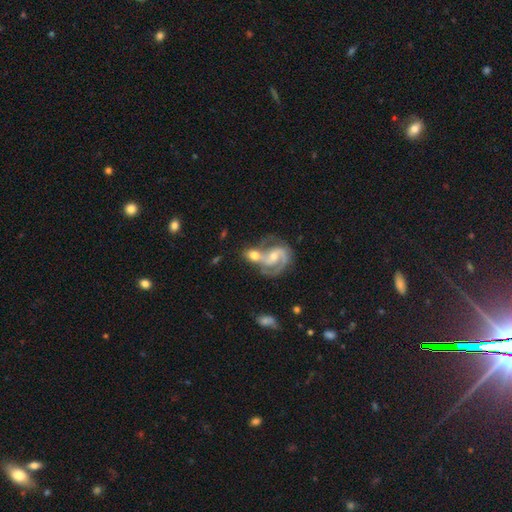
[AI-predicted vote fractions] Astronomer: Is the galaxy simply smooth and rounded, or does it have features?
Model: featured or disk — 83%.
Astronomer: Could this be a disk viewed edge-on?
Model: no — 97%.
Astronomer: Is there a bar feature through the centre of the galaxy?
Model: weak — 41%, tied with no at 41%.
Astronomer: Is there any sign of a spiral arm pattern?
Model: yes — 95%.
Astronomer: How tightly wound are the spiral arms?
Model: medium — 52% (runner-up: tight, 34%).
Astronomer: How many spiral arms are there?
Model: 2 — 81%.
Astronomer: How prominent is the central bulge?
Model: moderate — 53% (runner-up: small, 41%).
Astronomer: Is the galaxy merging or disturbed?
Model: merger — 51% (runner-up: none, 32%).